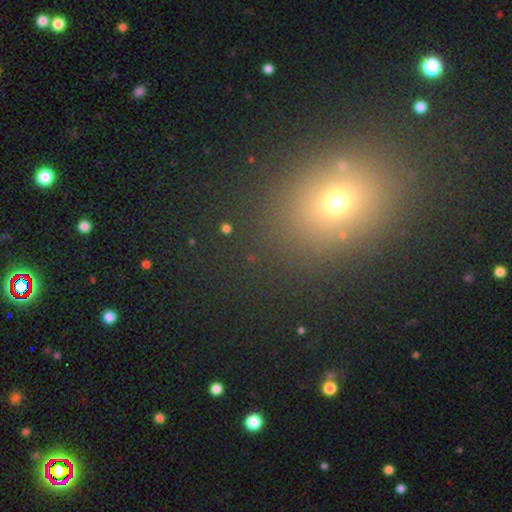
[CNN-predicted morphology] Smooth or featured? smooth (54%)
How rounded? round (53%)
Merging? none (85%)